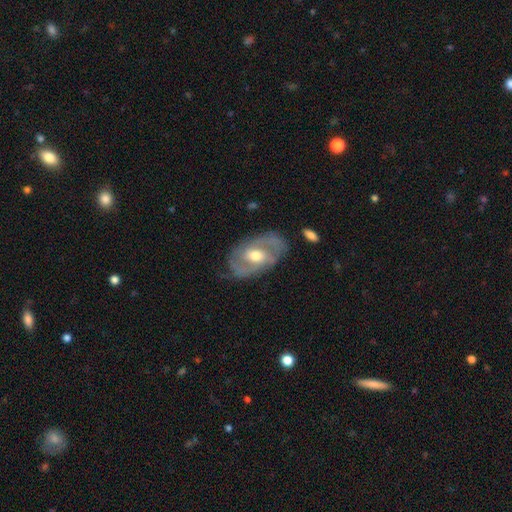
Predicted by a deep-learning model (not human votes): Overall: featured or disk (78%). Edge-on disk: no (95%). Bar: weak (46%; no 38%). Spiral arms: yes (86%). Spiral arm count: 2 (76%). Spiral winding: medium (48%; tight 31%). Bulge size: moderate (74%). Merging: none (70%).